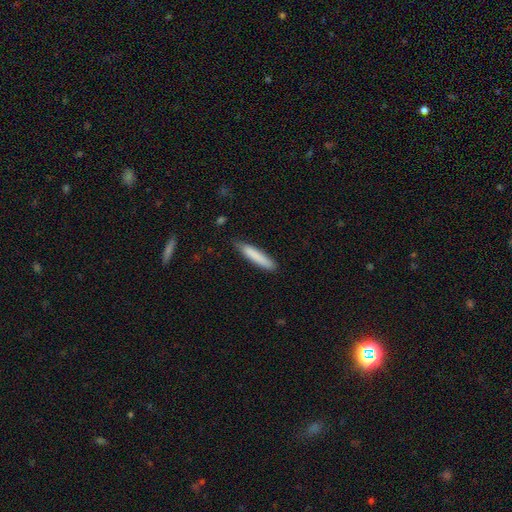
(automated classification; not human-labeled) This is clearly a smooth galaxy (82%). How rounded: clearly cigar-shaped (89%). Merging: likely none (79%).